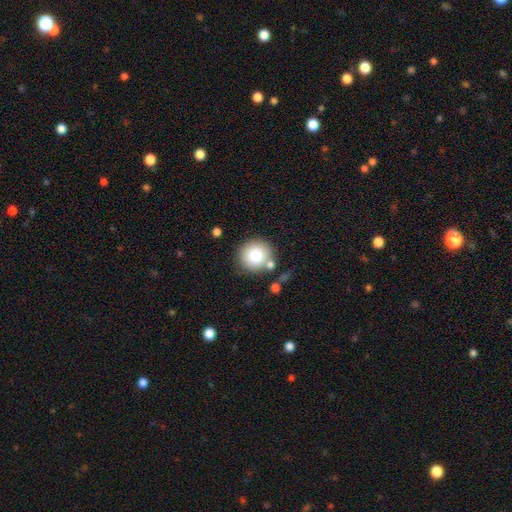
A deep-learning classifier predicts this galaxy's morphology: This appears to be a smooth galaxy with no disk features (80%) that is round (93%). Merging: none (77%).